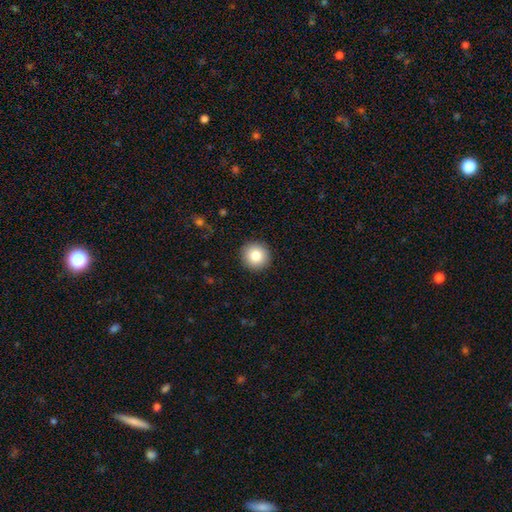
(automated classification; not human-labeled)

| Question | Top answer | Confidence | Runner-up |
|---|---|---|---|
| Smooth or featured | smooth | 84% | star or artifact (9%) |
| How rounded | round | 94% | in between (5%) |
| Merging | none | 93% | minor disturbance (5%) |